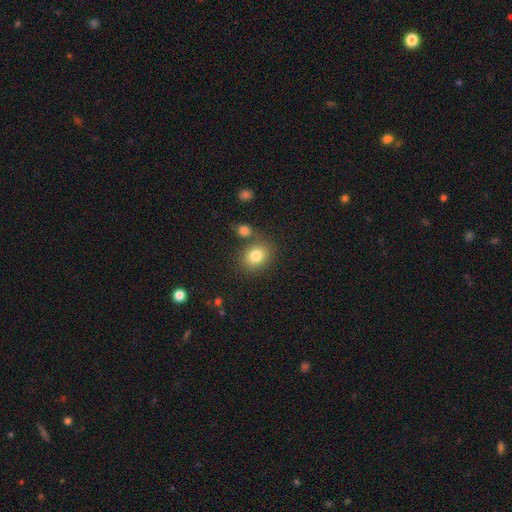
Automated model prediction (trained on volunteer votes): The model was most divided on "how rounded": round: 50%, in between: 49%, cigar-shaped: 1%. More confident: smooth or featured — smooth (81%); merging — none (71%).